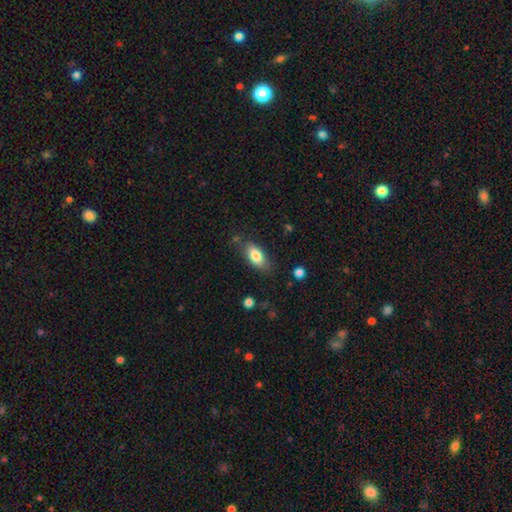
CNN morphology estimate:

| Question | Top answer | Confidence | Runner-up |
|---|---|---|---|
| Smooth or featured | smooth | 81% | featured or disk (12%) |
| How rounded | in between | 87% | cigar-shaped (9%) |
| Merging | none | 78% | minor disturbance (16%) |